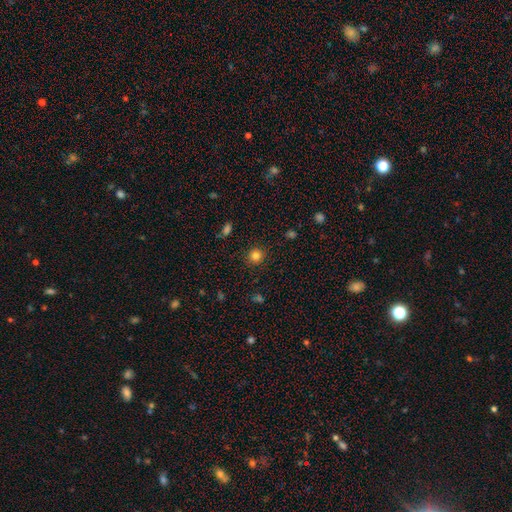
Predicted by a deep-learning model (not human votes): Smooth or featured? Predicted: smooth (p=0.83). How rounded? Predicted: round (p=0.92). Merging? Predicted: none (p=0.91).